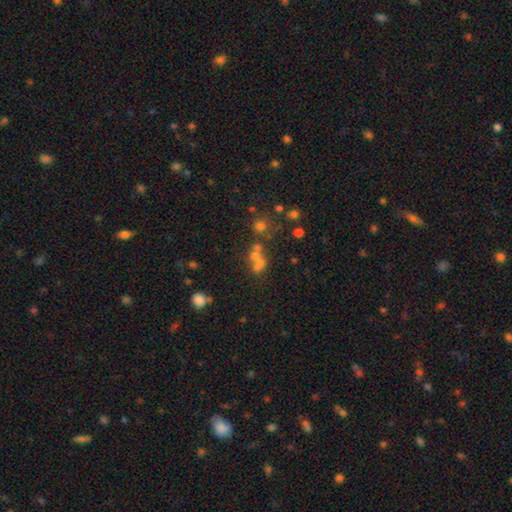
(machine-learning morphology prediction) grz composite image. It shows a smooth galaxy with no disk features (43%). Merging: none (47%).